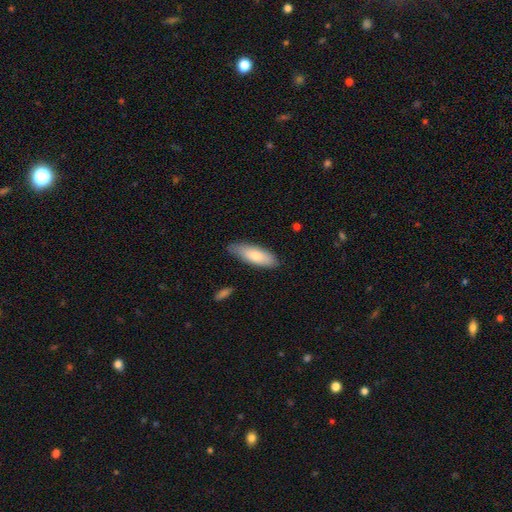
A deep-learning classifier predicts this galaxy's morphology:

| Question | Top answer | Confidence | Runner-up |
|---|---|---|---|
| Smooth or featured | smooth | 78% | featured or disk (17%) |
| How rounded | in between | 66% | cigar-shaped (33%) |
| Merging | none | 77% | minor disturbance (18%) |